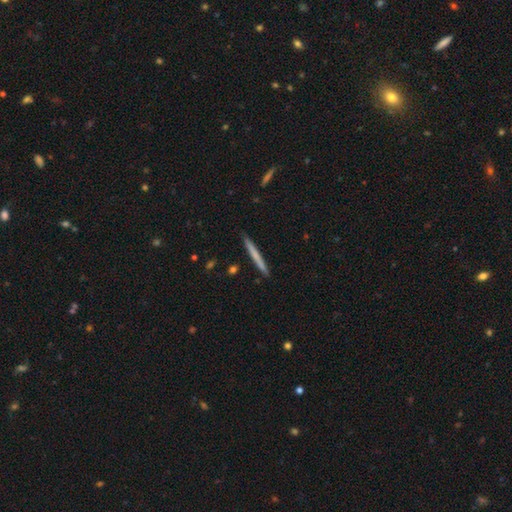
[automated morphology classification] This is likely a smooth galaxy (60%). How rounded: clearly cigar-shaped (97%). Merging: clearly none (92%).